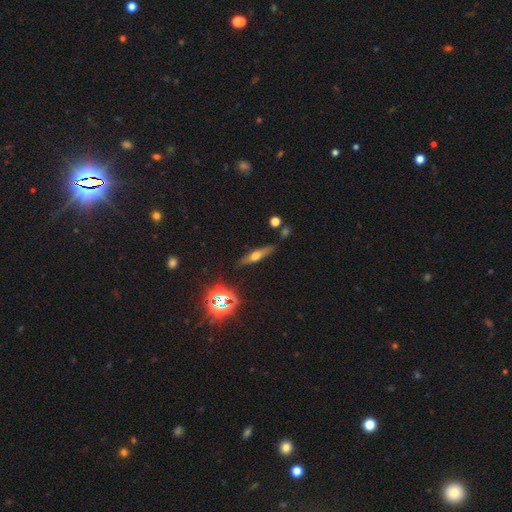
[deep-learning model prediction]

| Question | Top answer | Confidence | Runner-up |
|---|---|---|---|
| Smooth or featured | featured or disk | 46% | smooth (38%) |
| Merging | none | 82% | minor disturbance (12%) |